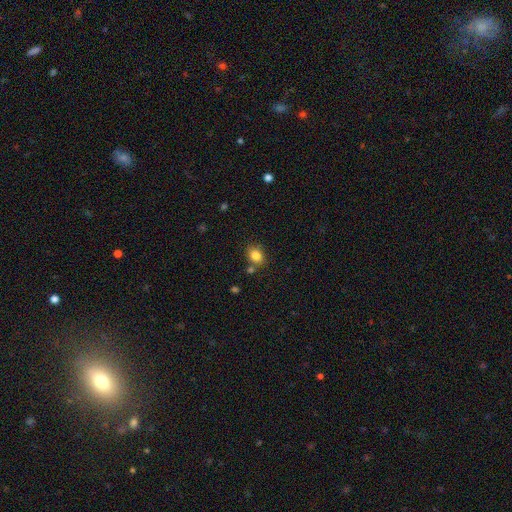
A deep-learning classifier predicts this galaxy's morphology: Overall: smooth (83%). How rounded: in between (58%; round 41%). Merging: none (73%).